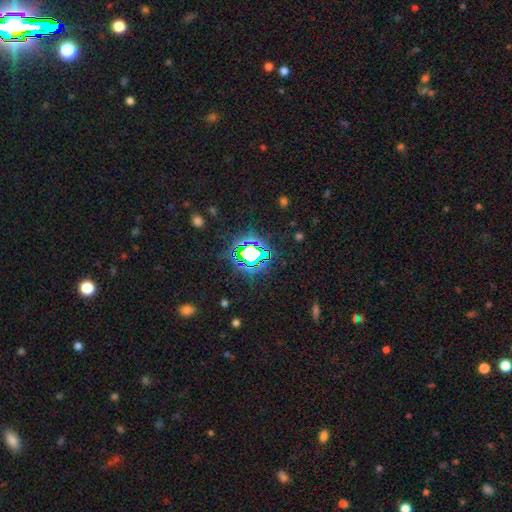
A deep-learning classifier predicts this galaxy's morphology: type=star or artifact (74%).